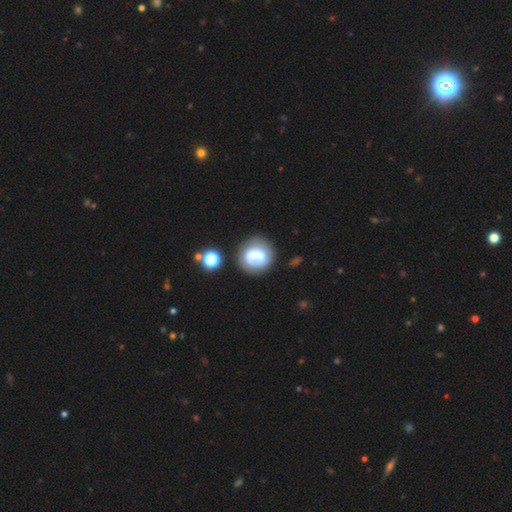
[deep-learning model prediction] This is possibly a smooth galaxy (56%). How rounded: clearly round (81%). Merging: possibly none (58%).